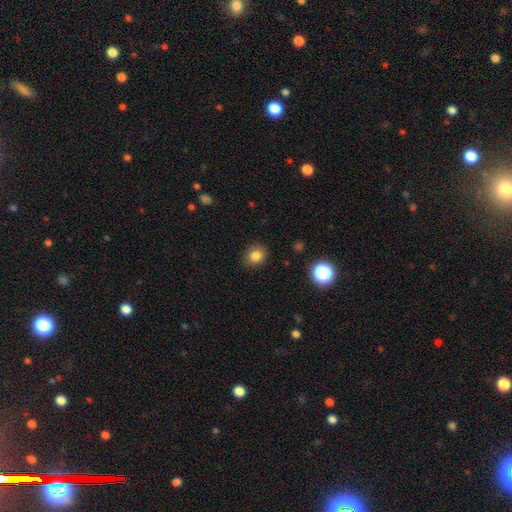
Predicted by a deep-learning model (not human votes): The model was most divided on "how rounded": round: 71%, in between: 28%, cigar-shaped: 1%. More confident: merging — none (88%); smooth or featured — smooth (82%).